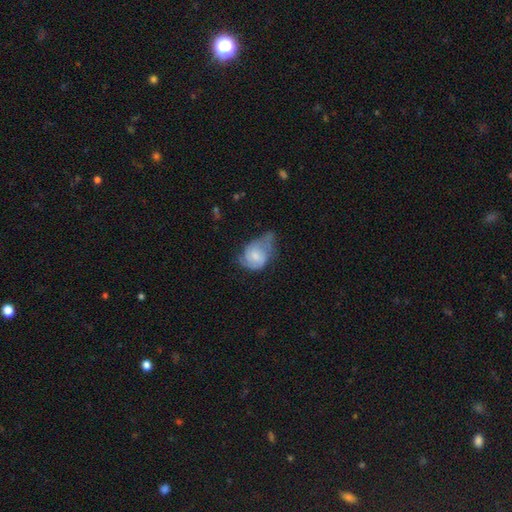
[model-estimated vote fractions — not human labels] A featured or disk galaxy (47%).

Vote fractions:
- Smooth or featured? featured or disk: 47% / smooth: 46% / star or artifact: 7%
- Merging? minor disturbance: 36% / major disturbance: 34% / none: 24% / merger: 6%